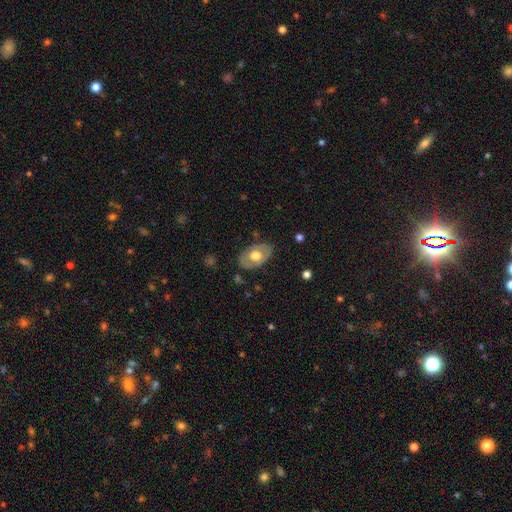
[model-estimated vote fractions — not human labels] Morphology: type=smooth (50%); roundness=in between (85%); merging=none (79%).